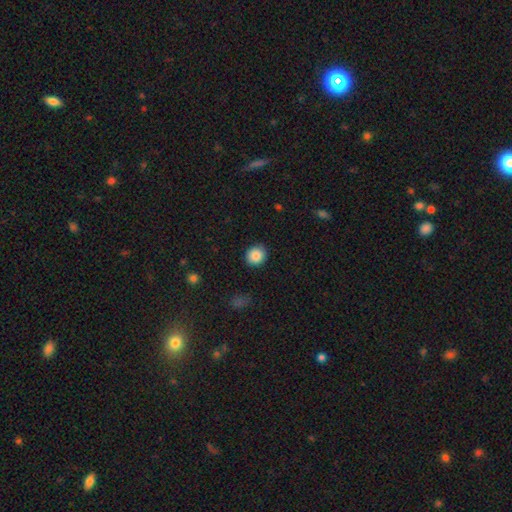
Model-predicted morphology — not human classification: Smooth or featured: smooth — 87% (star or artifact — 9%)
How rounded: round — 87% (in between — 12%)
Merging: none — 90% (minor disturbance — 7%)